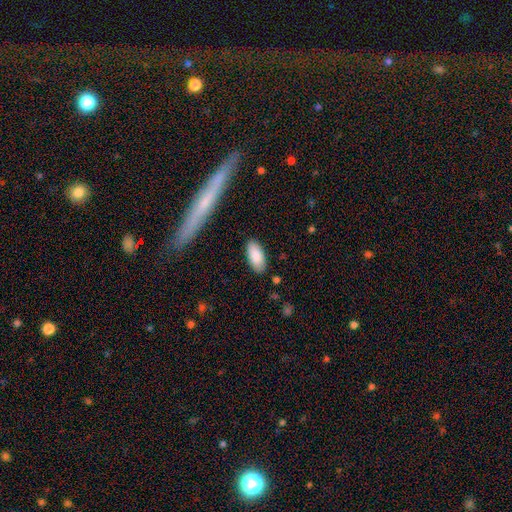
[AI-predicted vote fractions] Smooth or featured?
  - smooth: 88% *
  - featured or disk: 6%
  - star or artifact: 6%
How rounded?
  - in between: 92% *
  - cigar-shaped: 6%
  - round: 2%
Merging?
  - none: 85% *
  - minor disturbance: 11%
  - major disturbance: 2%
  - merger: 2%